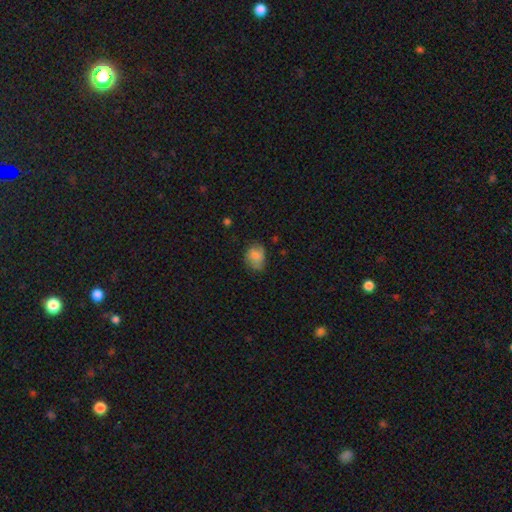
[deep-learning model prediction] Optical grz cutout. It shows a smooth galaxy with no disk features (77%) that is in between round and cigar-shaped (51%). Merging: none (60%).